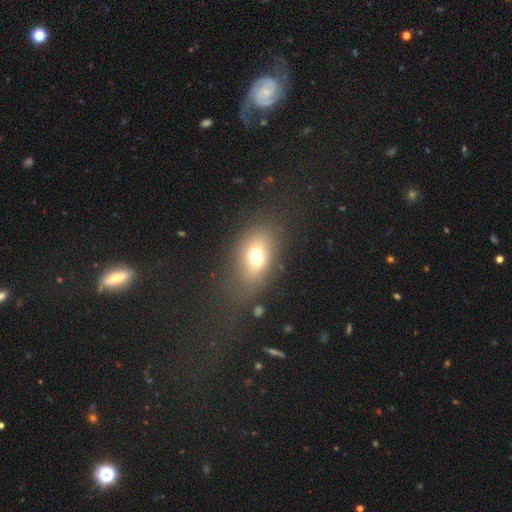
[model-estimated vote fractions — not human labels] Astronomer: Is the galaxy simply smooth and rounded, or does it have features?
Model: smooth — 60%.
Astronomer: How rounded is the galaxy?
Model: in between — 71%.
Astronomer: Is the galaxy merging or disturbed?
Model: none — 43% (runner-up: merger, 33%).